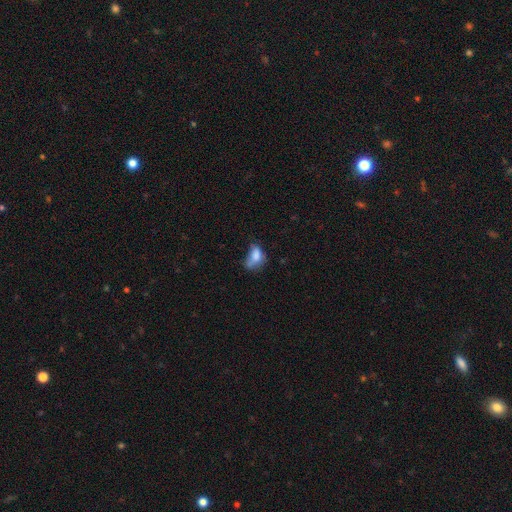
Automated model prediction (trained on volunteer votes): This is likely a smooth galaxy (69%). How rounded: clearly in between (85%). Merging: marginally major disturbance (34%).